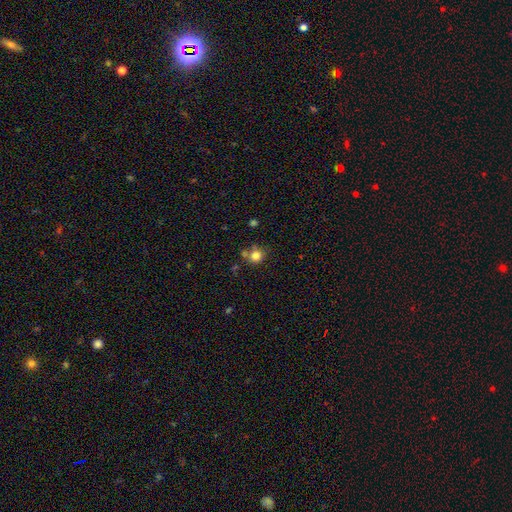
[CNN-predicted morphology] The model was most divided on "merging": none: 63%, merger: 18%, minor disturbance: 14%, major disturbance: 5%. More confident: how rounded — round (86%); smooth or featured — smooth (80%).